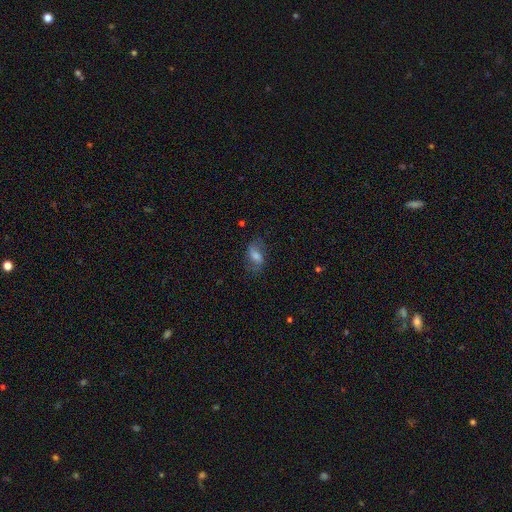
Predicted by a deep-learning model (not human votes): smooth 47%, featured or disk 41%, star or artifact 13%. Down the decision tree: merging — none (70%).